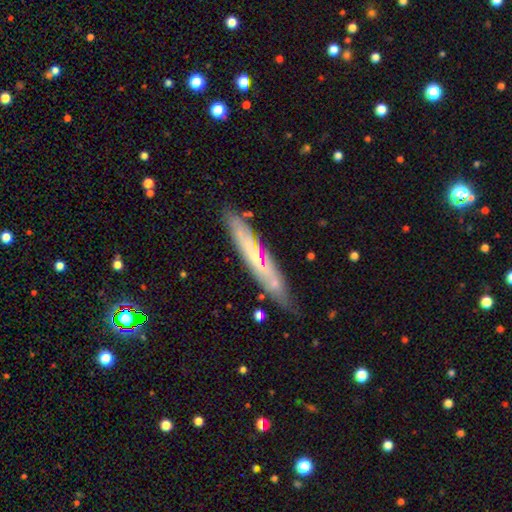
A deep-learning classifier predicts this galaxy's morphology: Overall: featured or disk (56%; smooth 37%). Edge-on disk: yes (72%). Merging: none (77%).